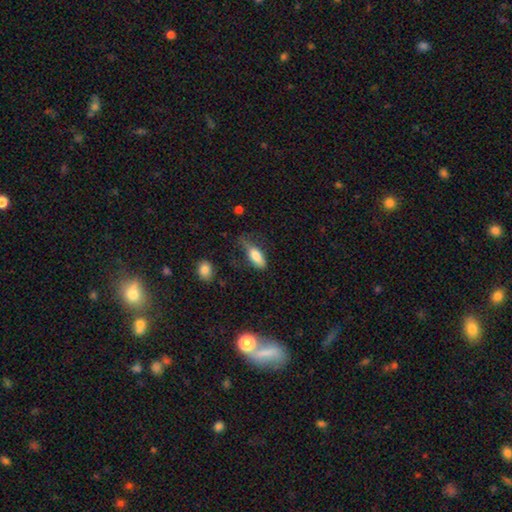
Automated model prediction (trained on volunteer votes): Smooth or featured: smooth — 78% (featured or disk — 15%)
How rounded: in between — 74% (cigar-shaped — 23%)
Merging: none — 38% (minor disturbance — 37%)